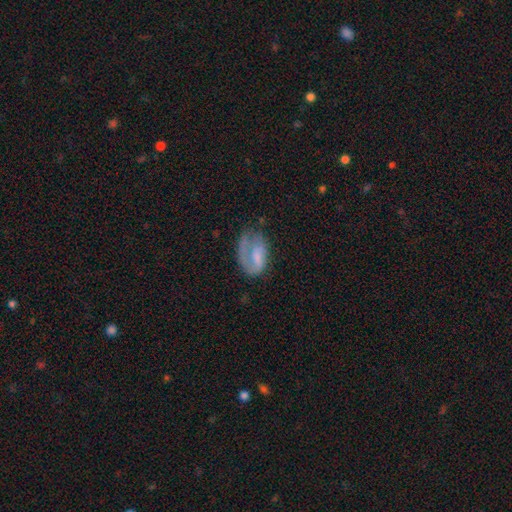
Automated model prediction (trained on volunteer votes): The model was most divided on "merging": none: 39%, major disturbance: 33%, minor disturbance: 26%, merger: 3%. More confident: edge-on disk — no (96%); smooth or featured — featured or disk (50%).